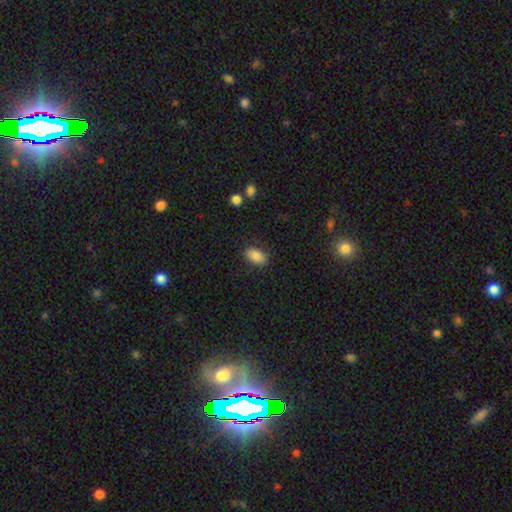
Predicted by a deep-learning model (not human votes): smooth_or_featured: smooth (p=0.86) [alt: star or artifact p=0.08]
how_rounded: in between (p=0.92) [alt: round p=0.06]
merging: none (p=0.84) [alt: minor disturbance p=0.12]